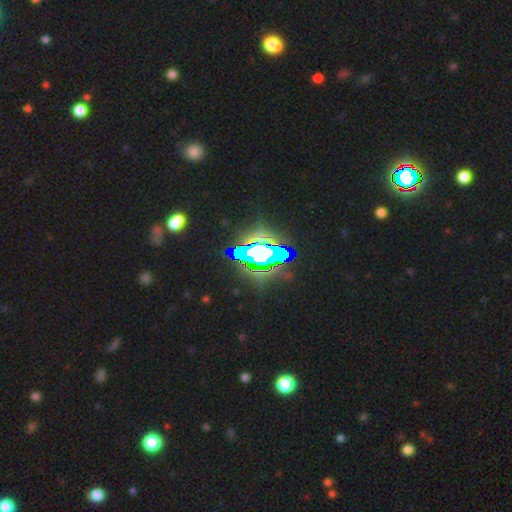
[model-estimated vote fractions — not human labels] This appears to be a star or artifact, not a galaxy (61%).